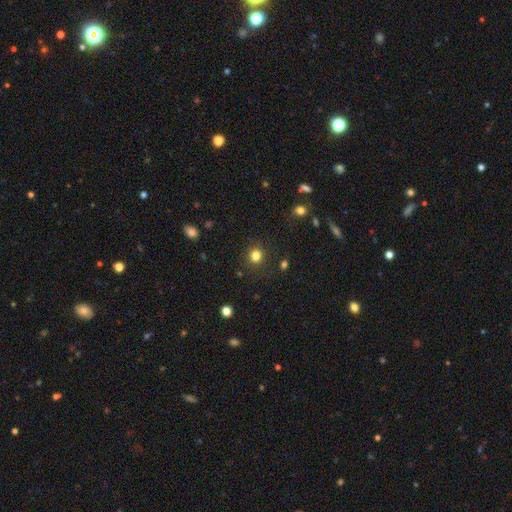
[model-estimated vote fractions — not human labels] Smooth or featured? smooth (81%)
How rounded? round (89%)
Merging? none (89%)